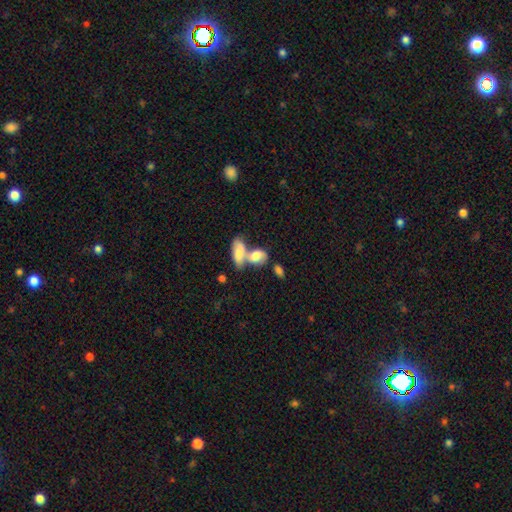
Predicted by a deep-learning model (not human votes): This is likely a smooth galaxy (74%). How rounded: clearly in between (85%). Merging: likely merger (64%).